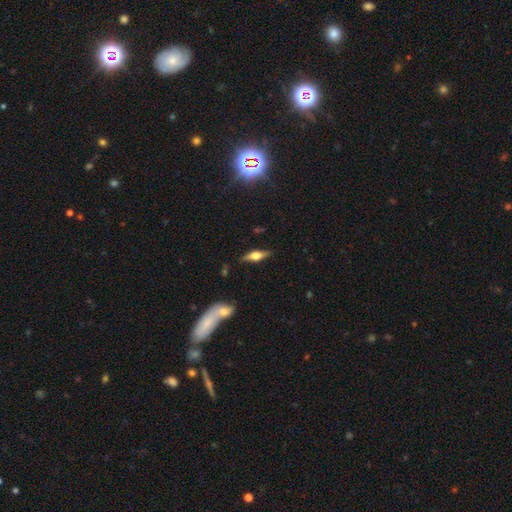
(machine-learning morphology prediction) A featured or disk galaxy (58%) viewed edge-on (93%) with a rounded central bulge (90%).

Vote fractions:
- Smooth or featured? featured or disk: 58% / smooth: 34% / star or artifact: 7%
- Edge-on disk? yes: 93% / no: 7%
- Edge-on bulge? rounded: 90% / boxy: 8% / none: 2%
- Merging? none: 84% / minor disturbance: 11% / major disturbance: 3% / merger: 2%